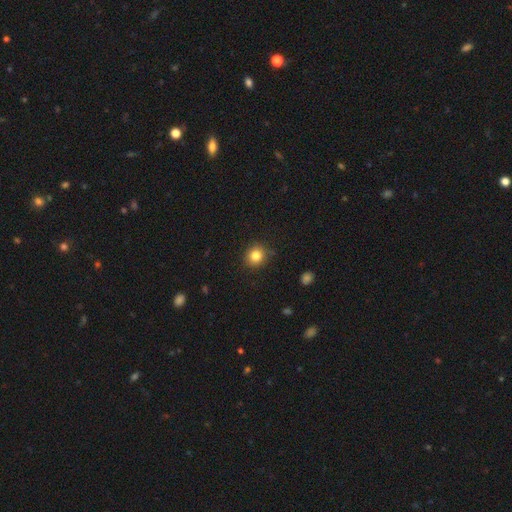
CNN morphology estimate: Overall: smooth (82%). How rounded: round (89%). Merging: none (88%).